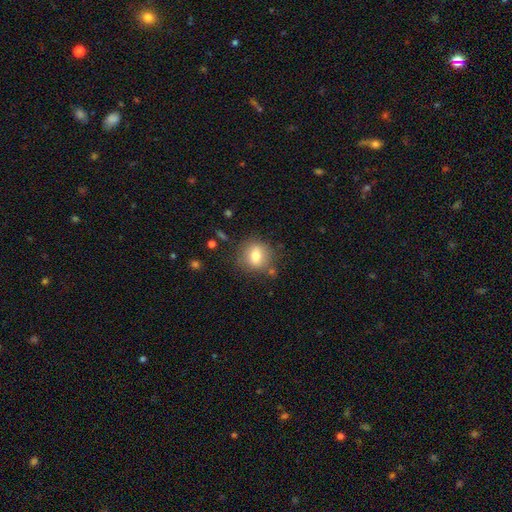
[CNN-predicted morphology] This is likely a smooth galaxy (75%). How rounded: likely round (74%). Merging: likely none (78%).